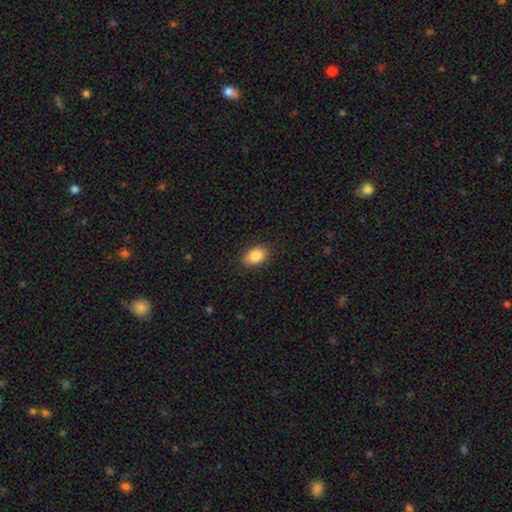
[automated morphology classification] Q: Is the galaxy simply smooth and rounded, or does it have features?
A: smooth — 86%.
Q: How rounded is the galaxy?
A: in between — 86%.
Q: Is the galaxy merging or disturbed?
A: none — 87%.